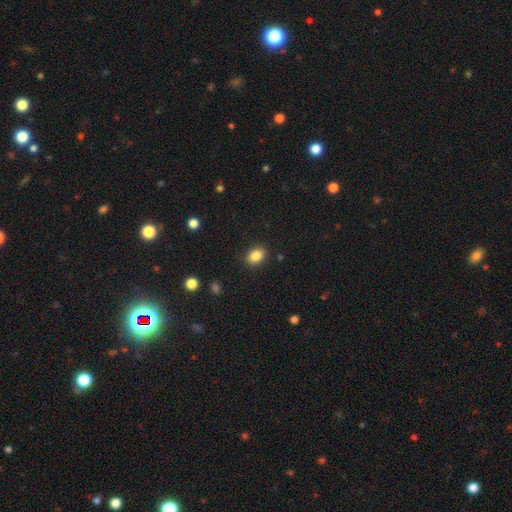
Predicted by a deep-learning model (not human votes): A smooth galaxy with no disk features (85%) that is in between round and cigar-shaped (75%). Merging: none (87%).